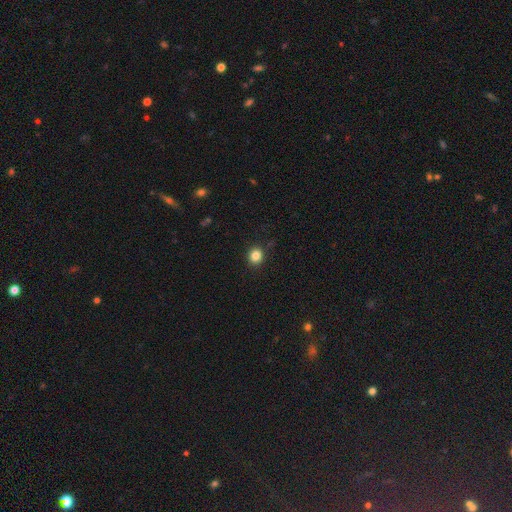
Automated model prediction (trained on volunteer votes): This is clearly a smooth galaxy (84%). How rounded: clearly round (82%). Merging: clearly none (90%).